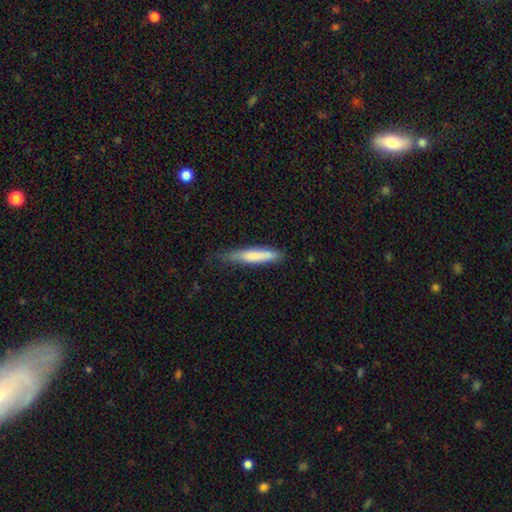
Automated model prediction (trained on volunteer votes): A smooth galaxy with no disk features (74%) that is cigar-shaped (91%). Merging: none (69%).